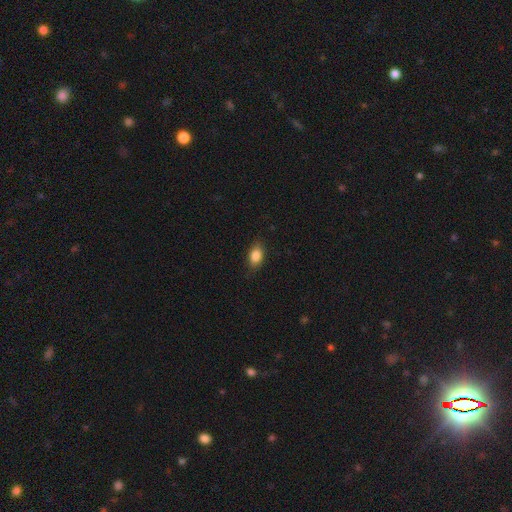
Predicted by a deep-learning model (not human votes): Smooth or featured? Predicted: smooth (p=0.85). How rounded? Predicted: in between (p=0.84). Merging? Predicted: none (p=0.83).